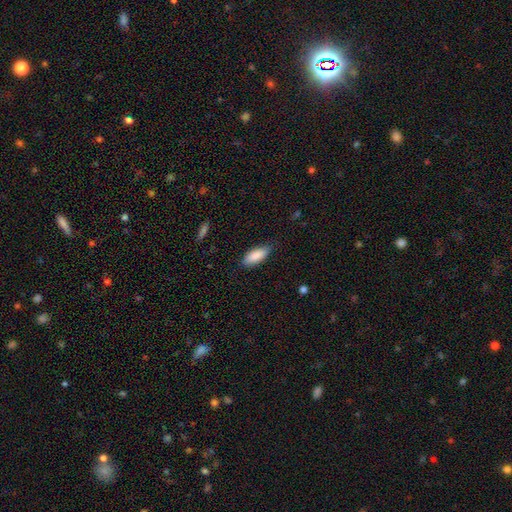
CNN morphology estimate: Smooth or featured? smooth (87%)
How rounded? in between (77%)
Merging? none (80%)